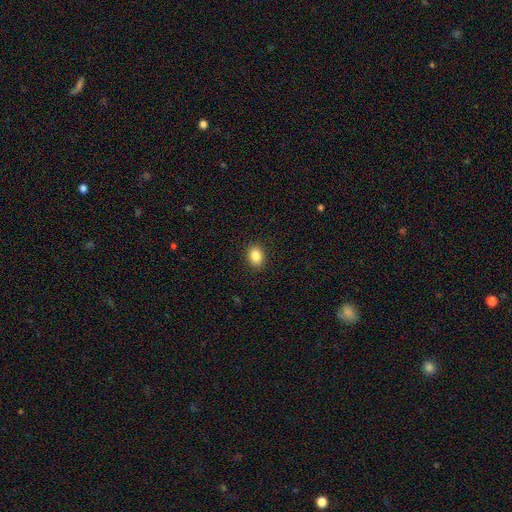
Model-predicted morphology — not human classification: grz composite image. It shows a smooth galaxy with no disk features (86%) that is in between round and cigar-shaped (67%). Merging: none (90%).